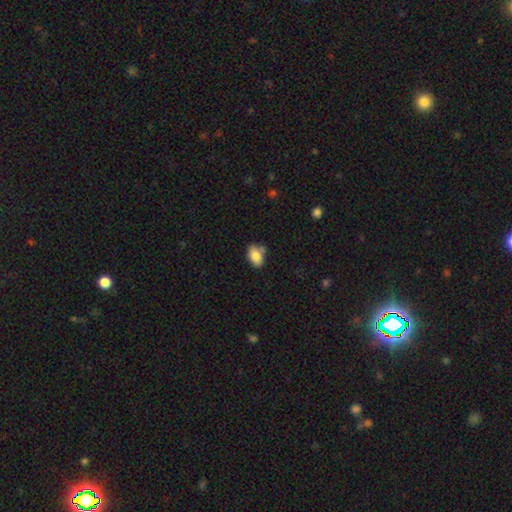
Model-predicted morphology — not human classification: A smooth galaxy with no disk features (81%) that is in between round and cigar-shaped (82%). Merging: none (61%).